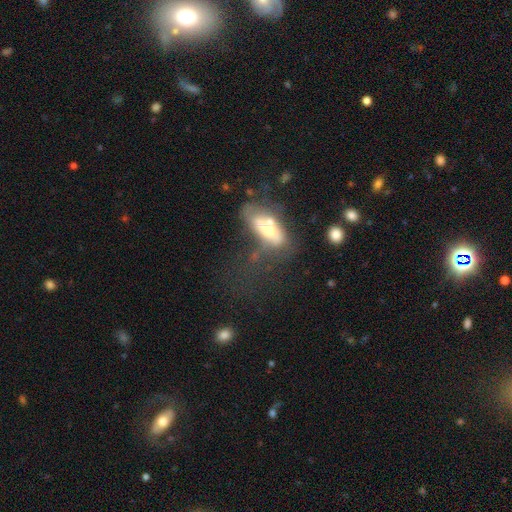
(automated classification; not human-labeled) The model was most divided on "smooth or featured": smooth: 47%, featured or disk: 35%, star or artifact: 18%. Remaining: merging — major disturbance (43%).